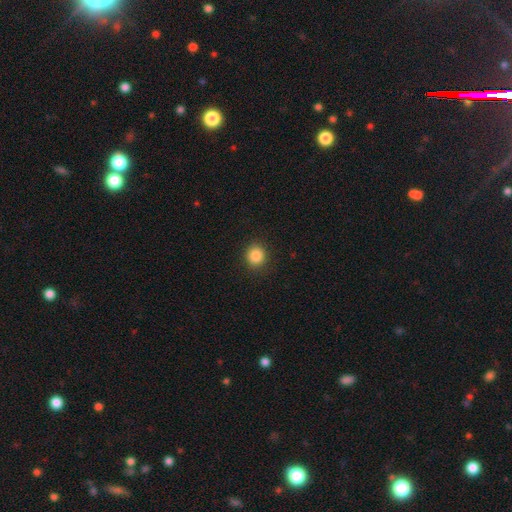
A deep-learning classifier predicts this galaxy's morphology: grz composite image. It shows a smooth galaxy with no disk features (86%) that is round (88%). Merging: none (90%).